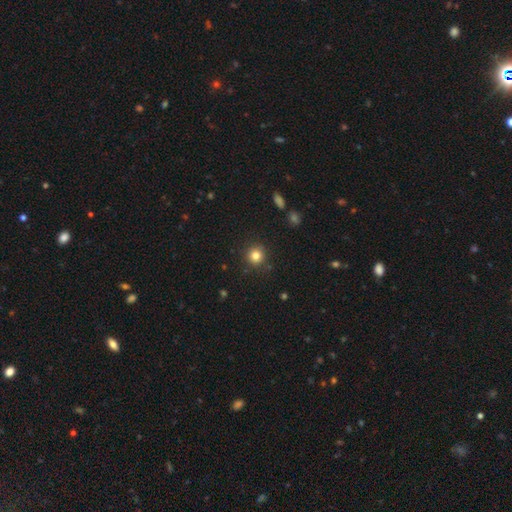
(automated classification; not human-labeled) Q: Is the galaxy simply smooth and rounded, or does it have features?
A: smooth — 81%.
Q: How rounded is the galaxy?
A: round — 93%.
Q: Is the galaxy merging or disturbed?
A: none — 89%.